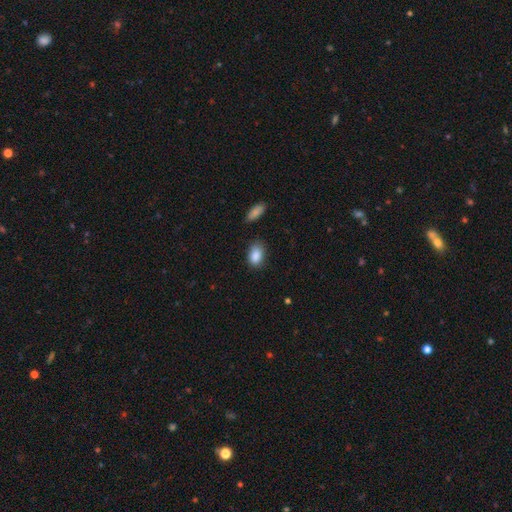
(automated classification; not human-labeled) The model was most divided on "merging": none: 76%, minor disturbance: 18%, major disturbance: 4%, merger: 3%. More confident: smooth or featured — smooth (88%); how rounded — in between (86%).